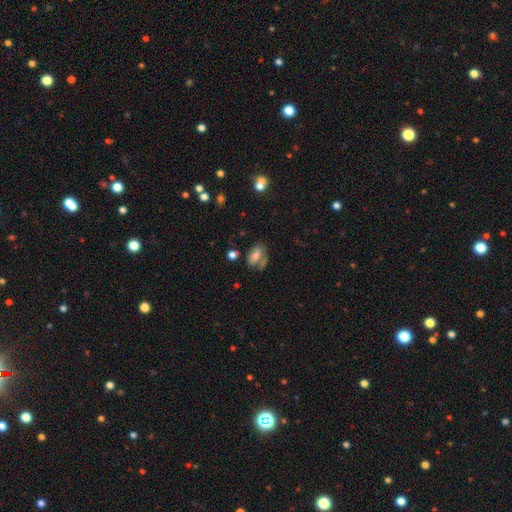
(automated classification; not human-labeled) Smooth or featured: smooth — 66% (featured or disk — 22%)
How rounded: in between — 86% (round — 12%)
Merging: none — 48% (minor disturbance — 22%)